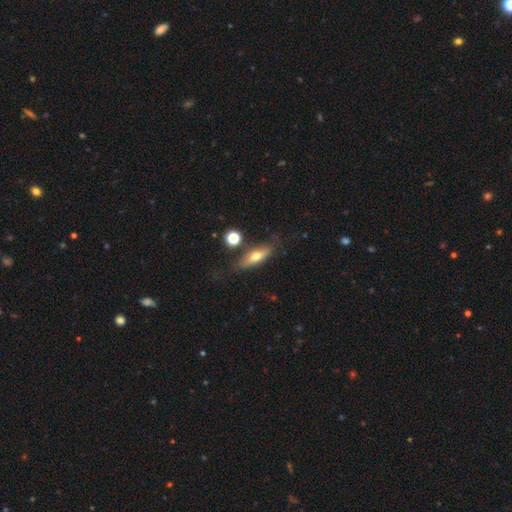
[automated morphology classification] Smooth or featured: smooth — 58% (featured or disk — 33%)
How rounded: in between — 54% (cigar-shaped — 42%)
Merging: none — 69% (minor disturbance — 18%)